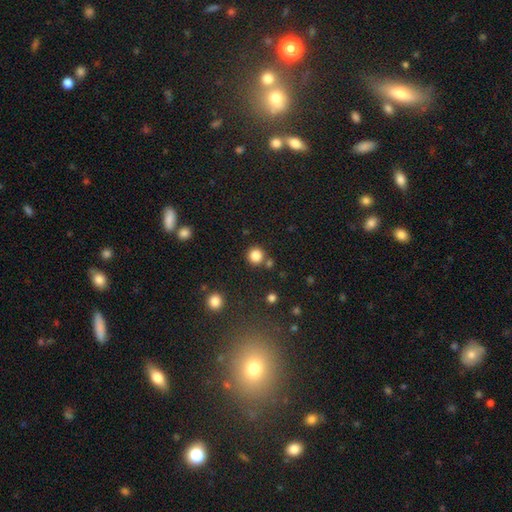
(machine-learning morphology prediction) Smooth or featured?
  - smooth: 84% *
  - star or artifact: 12%
  - featured or disk: 4%
How rounded?
  - round: 94% *
  - in between: 5%
  - cigar-shaped: 1%
Merging?
  - none: 82% *
  - merger: 9%
  - minor disturbance: 7%
  - major disturbance: 3%